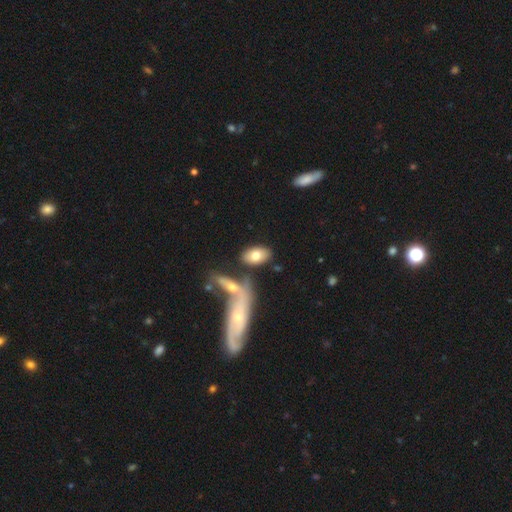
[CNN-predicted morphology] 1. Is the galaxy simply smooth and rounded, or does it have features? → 72% smooth, 21% featured or disk, 6% star or artifact.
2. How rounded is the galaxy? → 92% in between, 5% round, 3% cigar-shaped.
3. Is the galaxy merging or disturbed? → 68% none, 16% merger, 12% minor disturbance, 5% major disturbance.